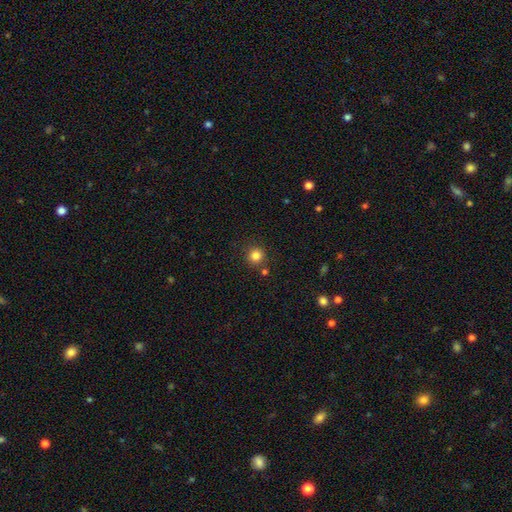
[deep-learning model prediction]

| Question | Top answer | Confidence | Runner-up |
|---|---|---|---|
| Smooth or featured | smooth | 83% | star or artifact (12%) |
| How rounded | round | 93% | in between (6%) |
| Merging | none | 84% | minor disturbance (8%) |